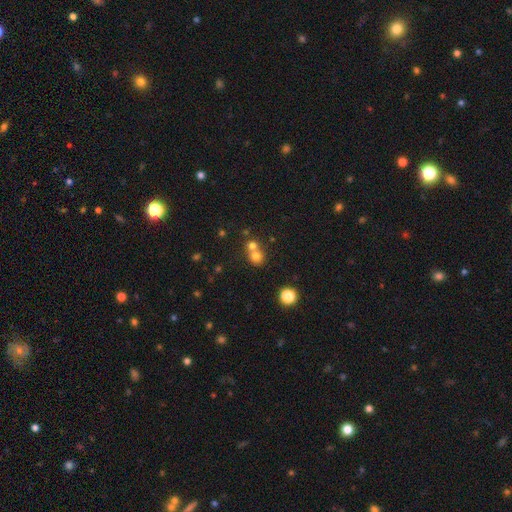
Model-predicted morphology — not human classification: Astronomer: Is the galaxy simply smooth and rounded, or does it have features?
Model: smooth — 74%.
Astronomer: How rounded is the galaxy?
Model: round — 83%.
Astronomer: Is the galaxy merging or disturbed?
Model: merger — 53% (runner-up: none, 39%).